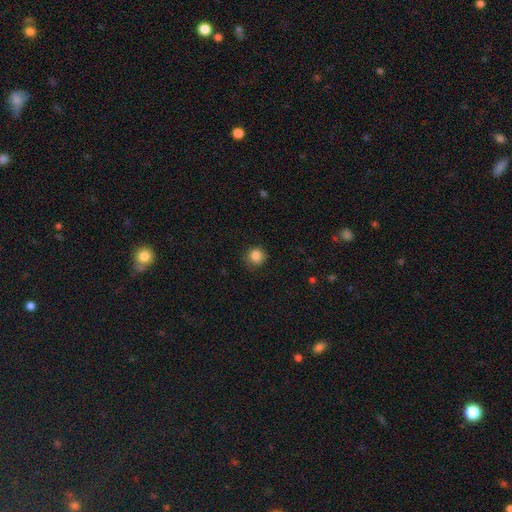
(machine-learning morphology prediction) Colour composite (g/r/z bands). It shows a smooth galaxy with no disk features (85%) that is round (93%). Merging: none (87%).